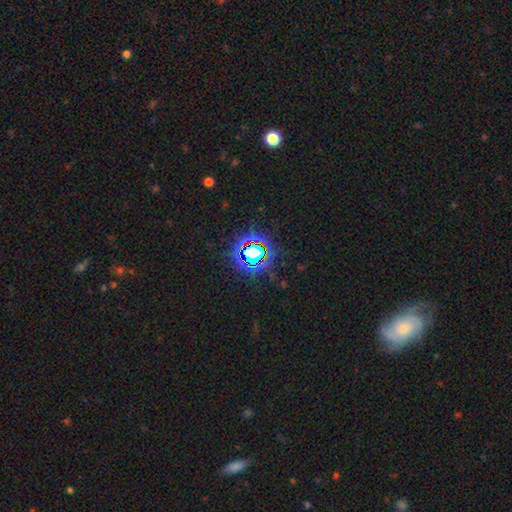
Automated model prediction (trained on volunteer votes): Morphology: type=star or artifact (75%).